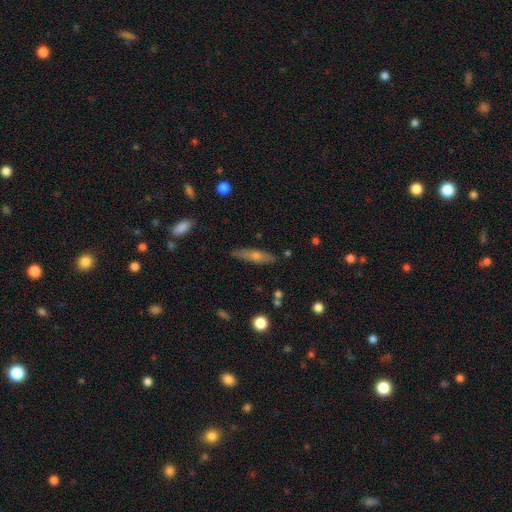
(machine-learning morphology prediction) Q: Smooth or featured?
A: featured or disk (48%); runner-up: smooth (44%)
Q: Merging?
A: none (86%); runner-up: minor disturbance (11%)